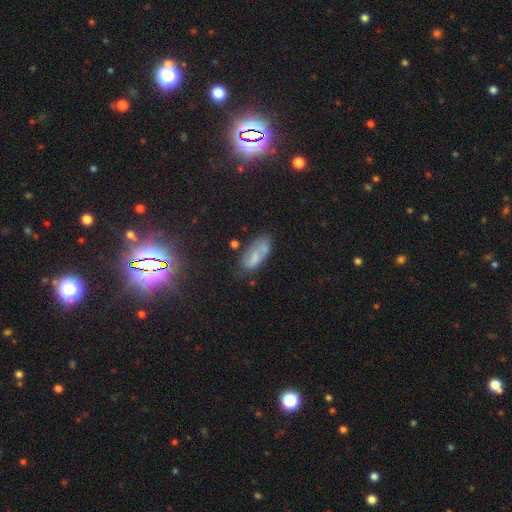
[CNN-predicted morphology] Smooth or featured: smooth — 58% (featured or disk — 26%)
How rounded: in between — 84% (cigar-shaped — 13%)
Merging: none — 54% (minor disturbance — 23%)